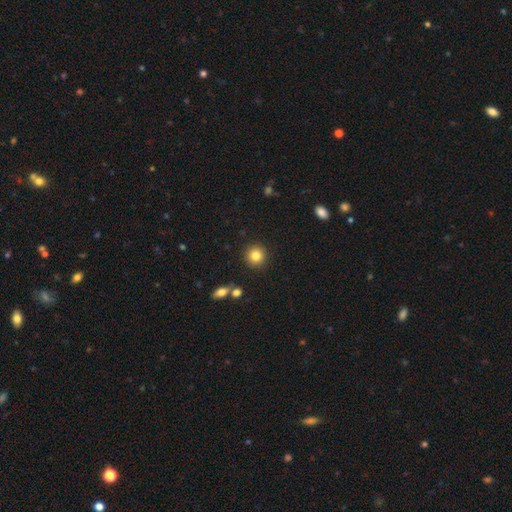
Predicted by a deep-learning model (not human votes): Smooth or featured? Predicted: smooth (p=0.83). How rounded? Predicted: round (p=0.94). Merging? Predicted: none (p=0.90).